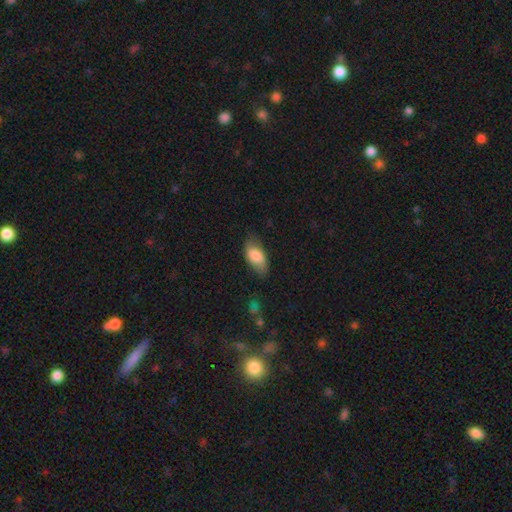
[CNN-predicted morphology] This appears to be a smooth galaxy with no disk features (81%) that is in between round and cigar-shaped (91%). Merging: none (70%).